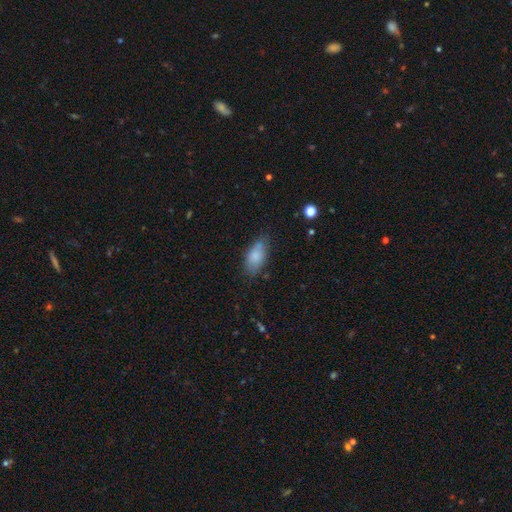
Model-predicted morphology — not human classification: The model was most divided on "merging": none: 64%, minor disturbance: 24%, major disturbance: 6%, merger: 5%. More confident: how rounded — in between (88%); smooth or featured — smooth (80%).